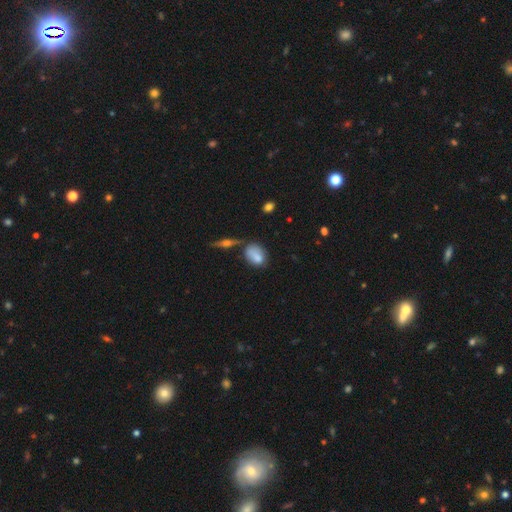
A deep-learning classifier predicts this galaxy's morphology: This is likely a smooth galaxy (77%). How rounded: likely in between (73%). Merging: possibly none (47%).